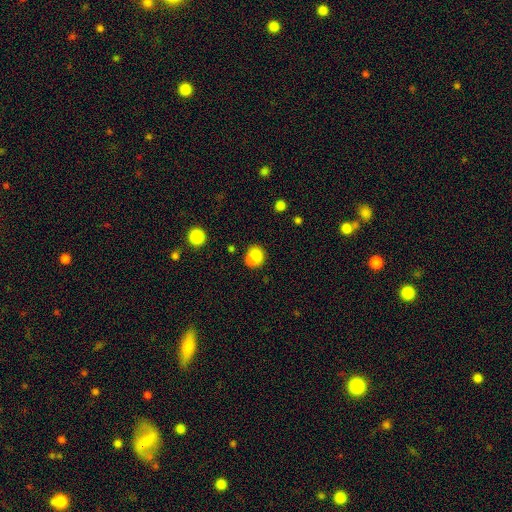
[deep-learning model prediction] smooth_or_featured: smooth (p=0.75) [alt: featured or disk p=0.15]
how_rounded: round (p=0.75) [alt: in between p=0.24]
merging: merger (p=0.46) [alt: none p=0.42]